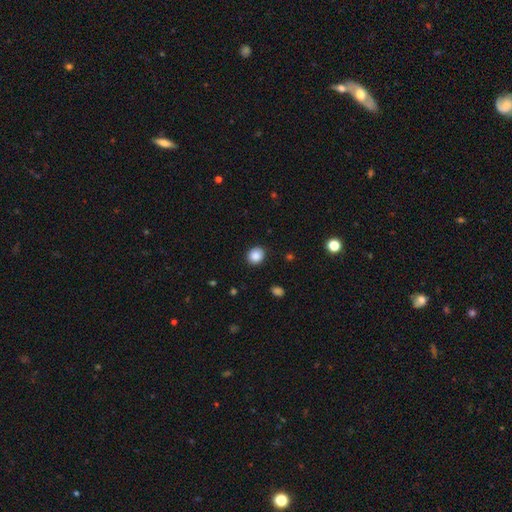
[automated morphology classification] A smooth galaxy with no disk features (88%) that is round (75%).

Vote fractions:
- Smooth or featured? smooth: 88% / star or artifact: 9% / featured or disk: 3%
- How rounded? round: 75% / in between: 24% / cigar-shaped: 1%
- Merging? none: 89% / minor disturbance: 8% / major disturbance: 2% / merger: 1%